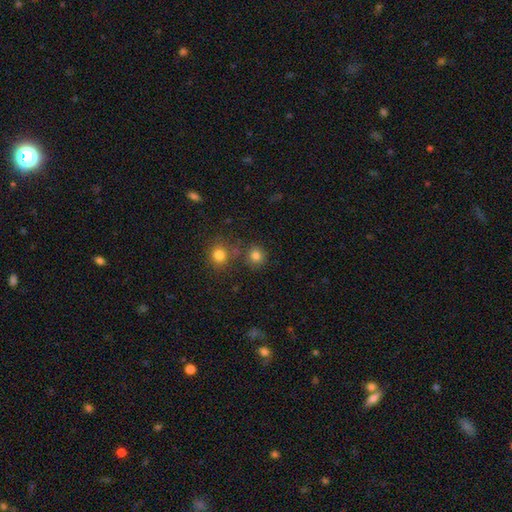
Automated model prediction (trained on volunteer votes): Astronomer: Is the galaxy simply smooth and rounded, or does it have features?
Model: smooth — 80%.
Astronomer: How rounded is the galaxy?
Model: round — 88%.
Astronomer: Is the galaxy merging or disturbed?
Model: none — 74%.